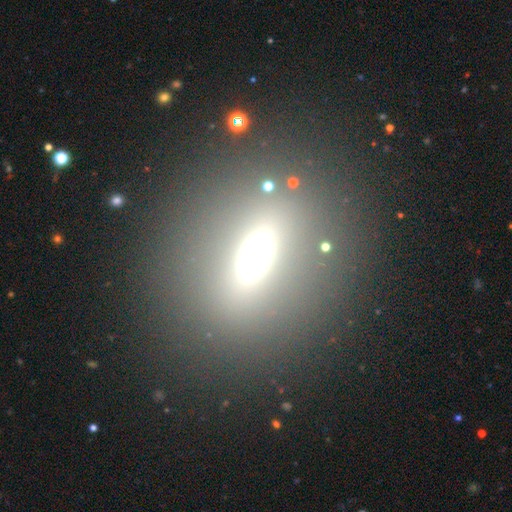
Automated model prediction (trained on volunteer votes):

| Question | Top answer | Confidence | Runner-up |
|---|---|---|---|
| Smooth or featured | smooth | 48% | star or artifact (28%) |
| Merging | none | 82% | minor disturbance (8%) |